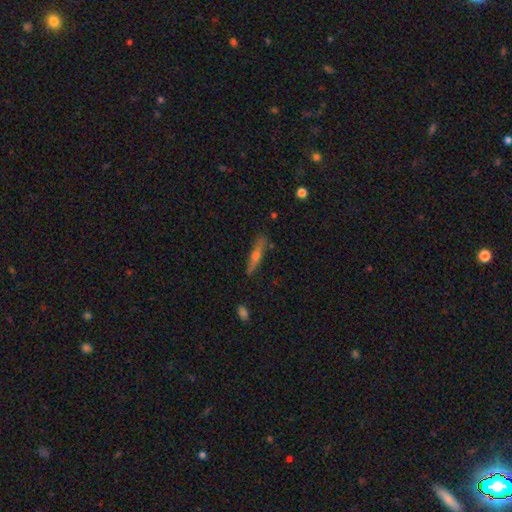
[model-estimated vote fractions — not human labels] Smooth or featured: featured or disk — 55% (smooth — 38%)
Edge-on disk: yes — 94% (no — 6%)
Edge-on bulge: rounded — 89% (none — 8%)
Merging: none — 84% (minor disturbance — 11%)